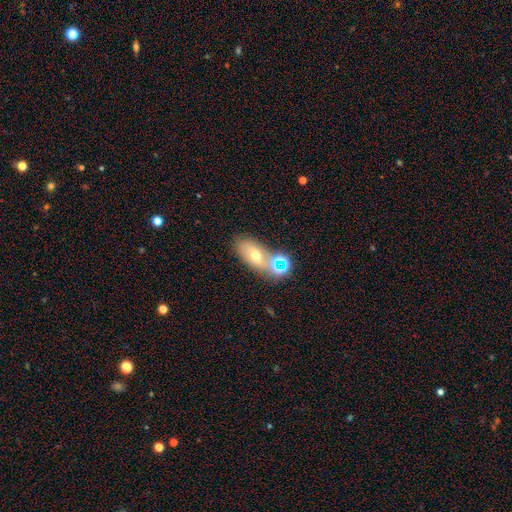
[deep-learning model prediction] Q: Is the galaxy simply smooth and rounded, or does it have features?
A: smooth — 55%.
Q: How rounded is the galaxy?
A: in between — 80%.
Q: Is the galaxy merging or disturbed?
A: none — 49%.